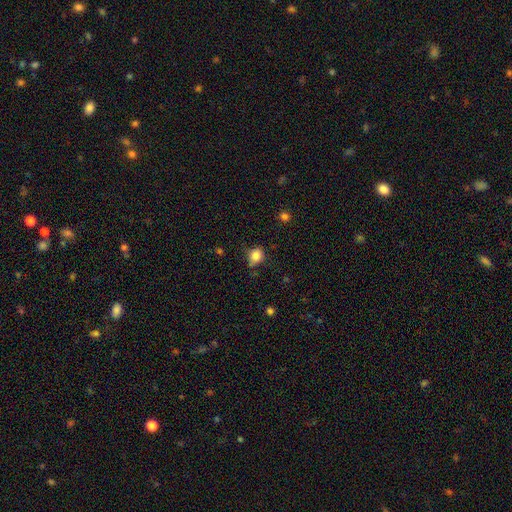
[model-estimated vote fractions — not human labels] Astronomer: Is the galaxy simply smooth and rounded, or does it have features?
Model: smooth — 82%.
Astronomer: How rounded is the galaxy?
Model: round — 69%.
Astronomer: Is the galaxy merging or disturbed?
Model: none — 65%.